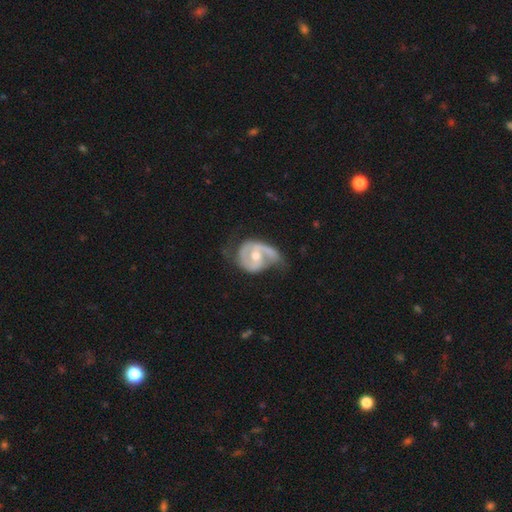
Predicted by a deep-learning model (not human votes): featured or disk 79%, smooth 16%, star or artifact 4%. Down the decision tree: edge-on disk — no (97%); bar — no (47%); spiral arms — yes (88%); spiral arm count — 2 (58%); spiral winding — medium (43%); bulge size — moderate (65%); merging — none (38%).